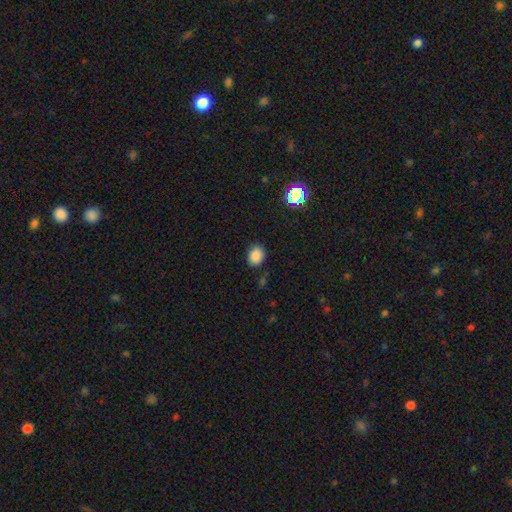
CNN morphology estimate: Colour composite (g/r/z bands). It shows a smooth galaxy with no disk features (85%) that is round (52%). Merging: none (83%).